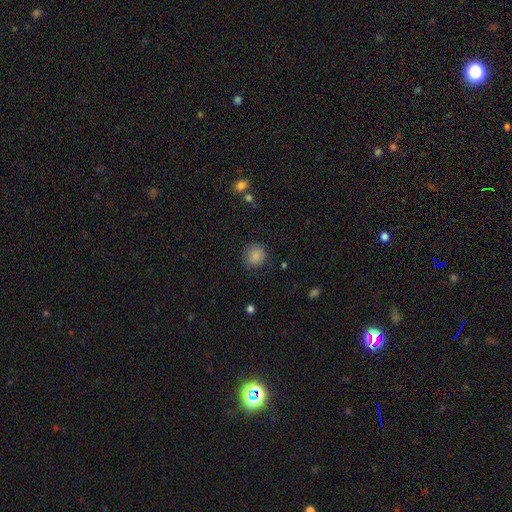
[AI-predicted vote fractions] Smooth or featured? Predicted: smooth (p=0.85). How rounded? Predicted: round (p=0.85). Merging? Predicted: none (p=0.81).